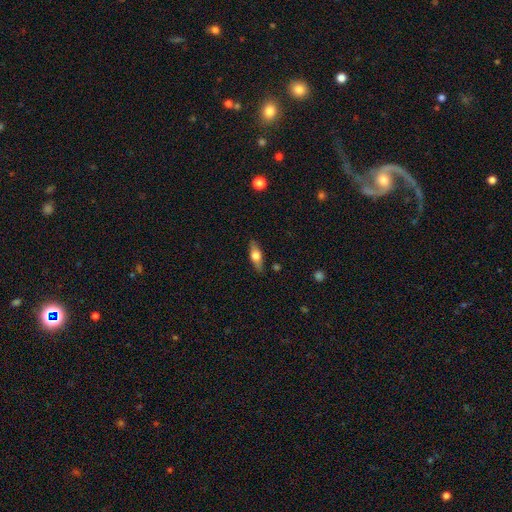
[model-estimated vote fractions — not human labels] This is possibly a smooth galaxy (51%). How rounded: possibly in between (55%). Merging: clearly none (85%).